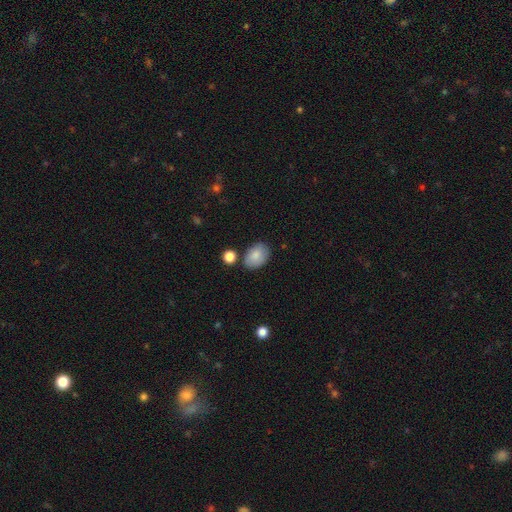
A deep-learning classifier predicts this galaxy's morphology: type=smooth (84%); roundness=in between (83%); merging=none (76%).